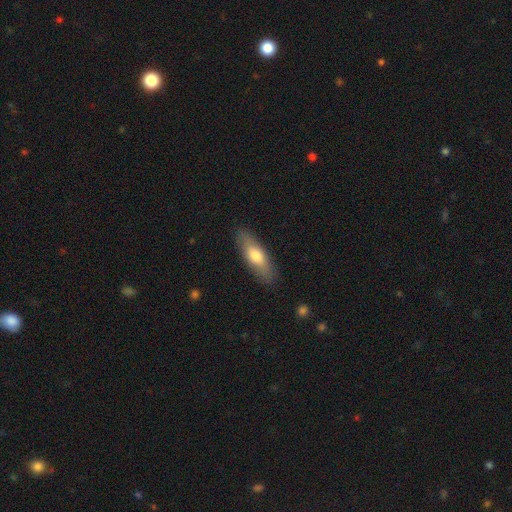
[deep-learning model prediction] This is likely a smooth galaxy (69%). How rounded: possibly in between (54%). Merging: clearly none (86%).